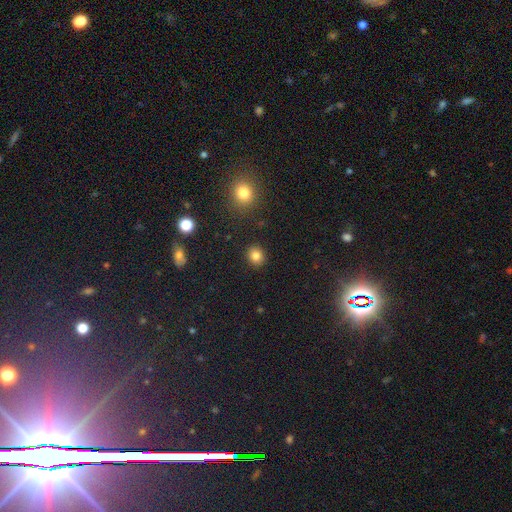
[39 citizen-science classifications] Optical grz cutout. It shows a smooth galaxy with no disk features (87%) that is round (82%). Merging: none (89%).